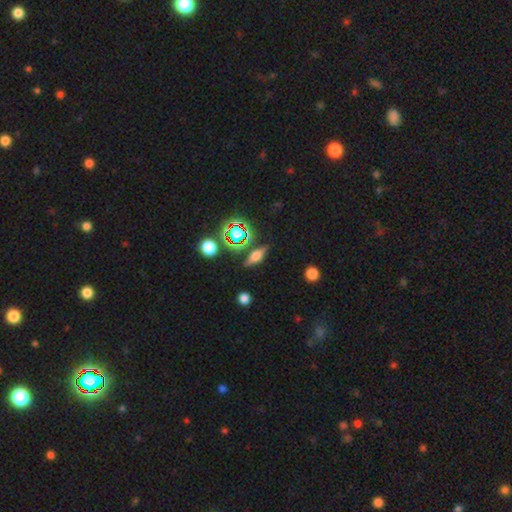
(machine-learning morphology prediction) Smooth or featured? Predicted: smooth (p=0.42). Merging? Predicted: none (p=0.79).